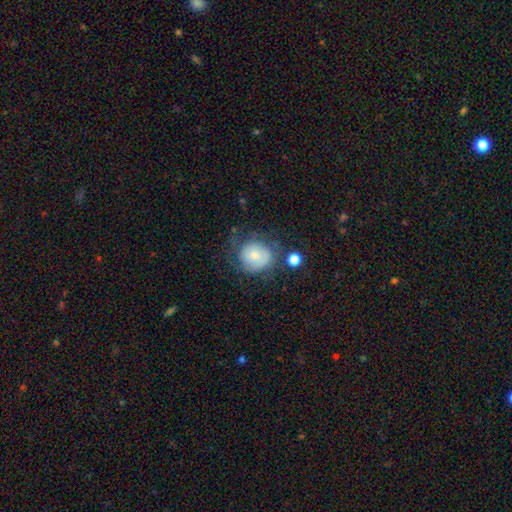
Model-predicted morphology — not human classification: smooth 63%, featured or disk 28%, star or artifact 9%. Down the decision tree: how rounded — round (84%); merging — none (53%).